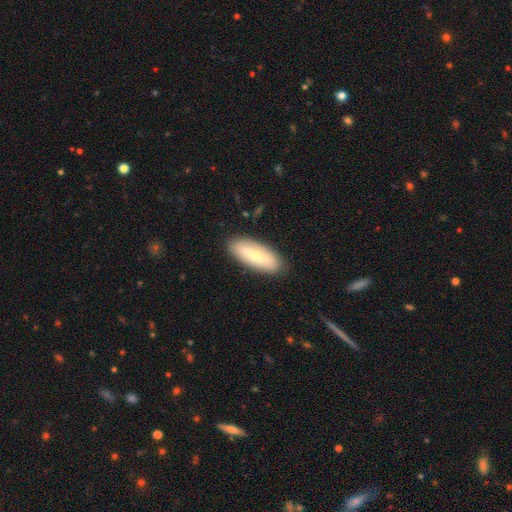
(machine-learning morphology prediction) Smooth or featured?
  - smooth: 58% *
  - featured or disk: 36%
  - star or artifact: 6%
How rounded?
  - in between: 67% *
  - cigar-shaped: 31%
  - round: 2%
Merging?
  - none: 87% *
  - minor disturbance: 9%
  - major disturbance: 2%
  - merger: 1%